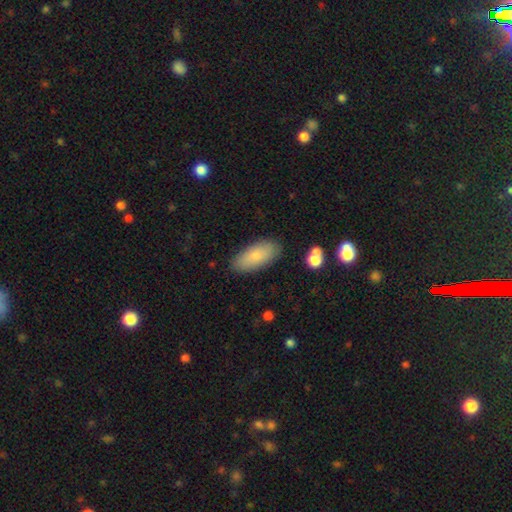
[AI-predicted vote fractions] This appears to be a smooth galaxy with no disk features (81%) that is in between round and cigar-shaped (85%). Merging: none (85%).